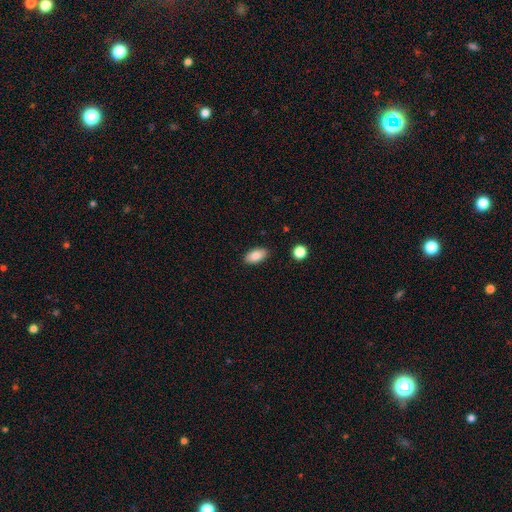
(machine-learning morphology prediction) This appears to be a smooth galaxy with no disk features (85%) that is in between round and cigar-shaped (93%). Merging: none (88%).